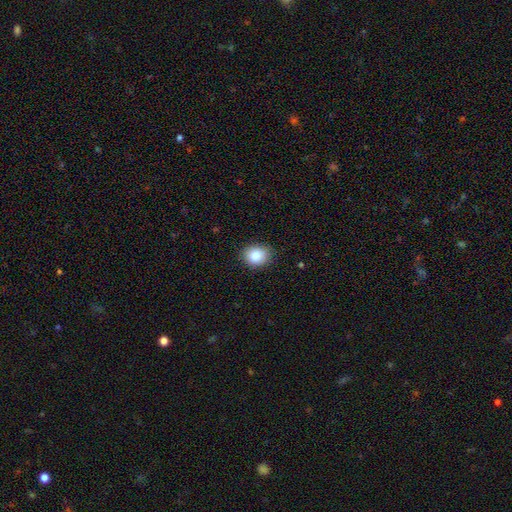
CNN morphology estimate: A smooth galaxy with no disk features (84%) that is round (61%). Merging: none (86%).